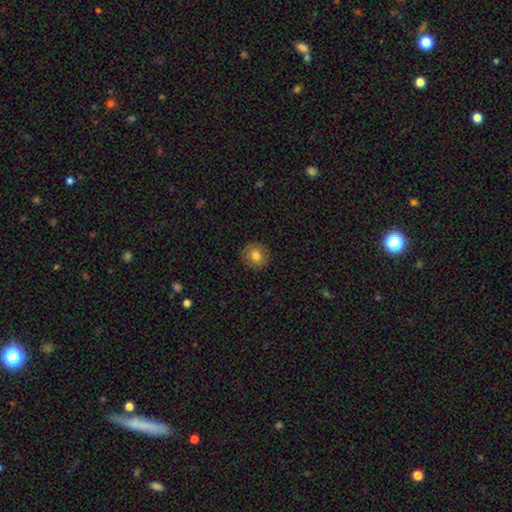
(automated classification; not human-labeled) smooth 79%, featured or disk 12%, star or artifact 10%. Down the decision tree: how rounded — round (90%); merging — none (89%).